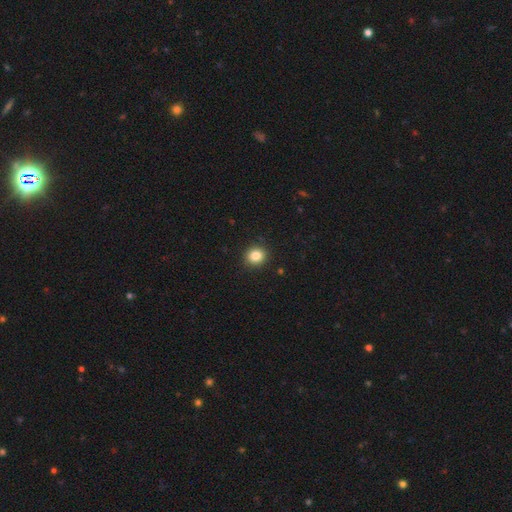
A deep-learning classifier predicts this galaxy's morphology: This appears to be a smooth galaxy with no disk features (84%) that is round (84%). Merging: none (91%).